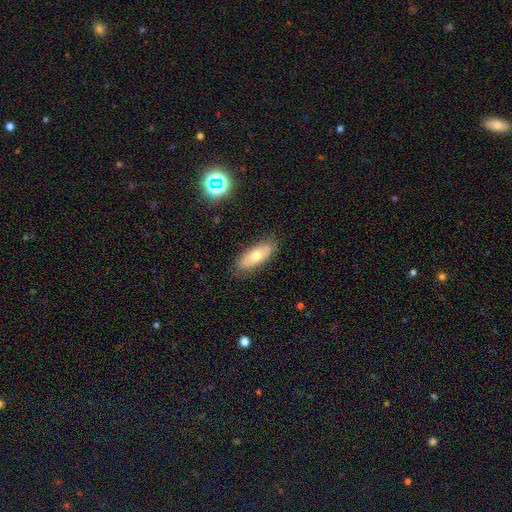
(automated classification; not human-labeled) This is possibly a smooth galaxy (58%). How rounded: likely in between (73%). Merging: clearly none (84%).